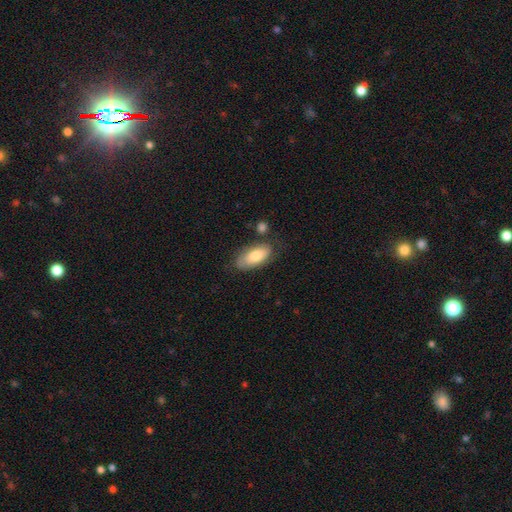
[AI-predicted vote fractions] Morphology: type=smooth (75%); roundness=in between (90%); merging=none (70%).